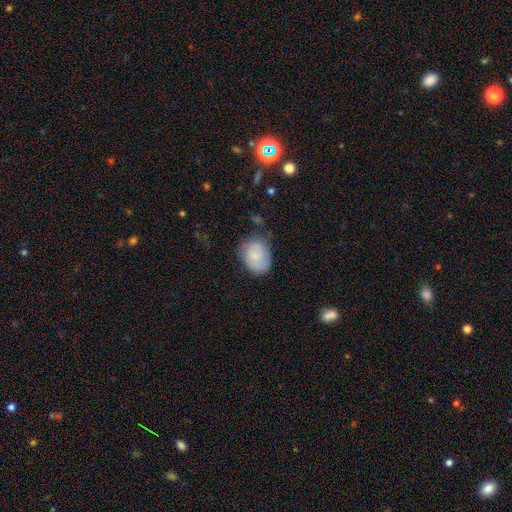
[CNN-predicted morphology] This appears to be a smooth galaxy with no disk features (72%) that is in between round and cigar-shaped (59%). Merging: none (58%).